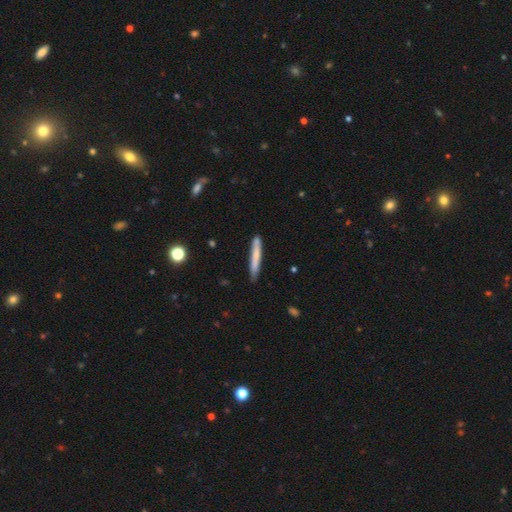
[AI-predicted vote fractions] Smooth or featured? Predicted: smooth (p=0.70). How rounded? Predicted: cigar-shaped (p=0.95). Merging? Predicted: none (p=0.82).